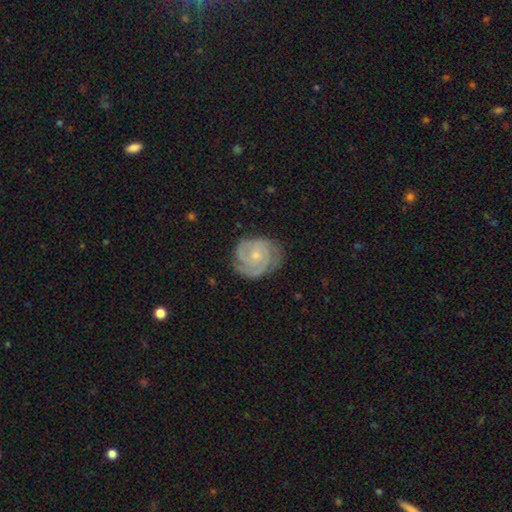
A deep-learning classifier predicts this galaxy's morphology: type=featured or disk (85%); edge-on=no (98%); bar=no (75%); spiral arms=yes (97%); winding=tight (69%); arm count=3 (43%); bulge=small (68%); merging=none (75%).